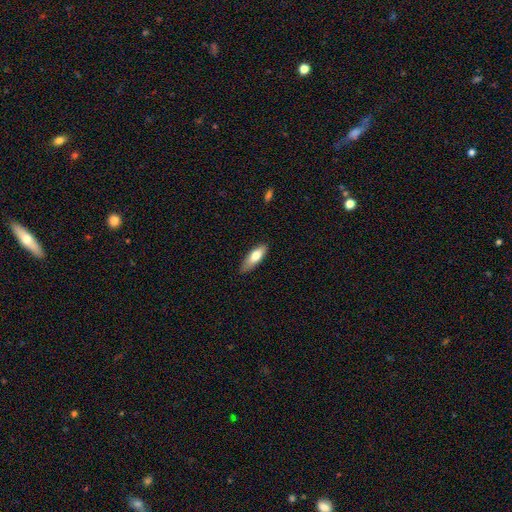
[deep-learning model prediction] Overall: smooth (73%). How rounded: in between (57%; cigar-shaped 41%). Merging: none (81%).